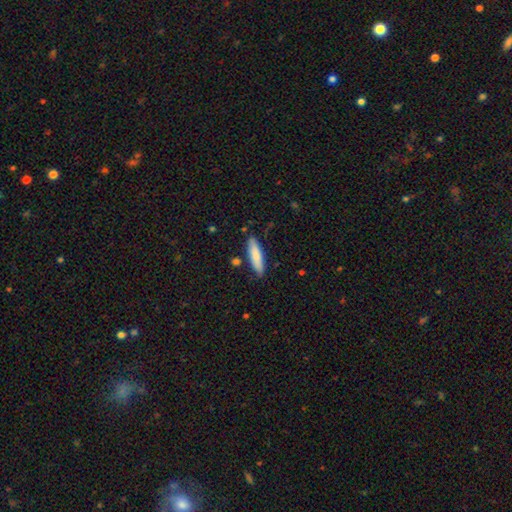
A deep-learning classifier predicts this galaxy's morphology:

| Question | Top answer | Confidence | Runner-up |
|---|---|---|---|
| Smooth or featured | smooth | 81% | featured or disk (13%) |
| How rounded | cigar-shaped | 72% | in between (27%) |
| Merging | none | 84% | minor disturbance (11%) |